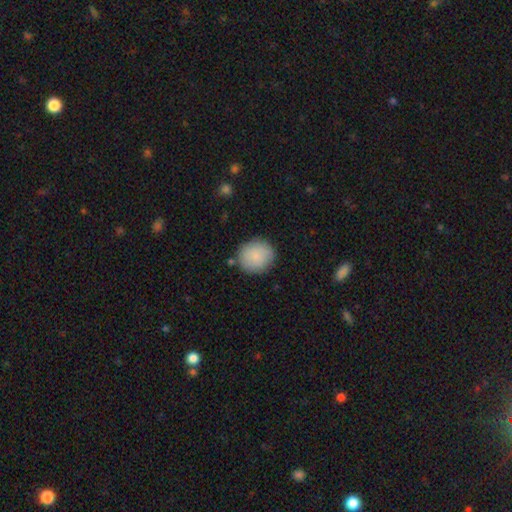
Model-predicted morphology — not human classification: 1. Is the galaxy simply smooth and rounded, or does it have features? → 86% smooth, 7% featured or disk, 7% star or artifact.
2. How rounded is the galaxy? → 84% round, 15% in between, 1% cigar-shaped.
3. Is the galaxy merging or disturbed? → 83% none, 11% minor disturbance, 3% major disturbance, 3% merger.